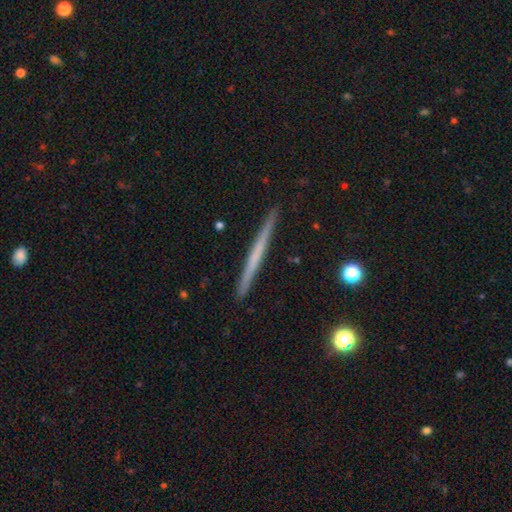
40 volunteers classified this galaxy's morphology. This appears to be a featured or disk galaxy (72%) viewed edge-on (100%) with no central bulge (93%). Merging: none (90%).